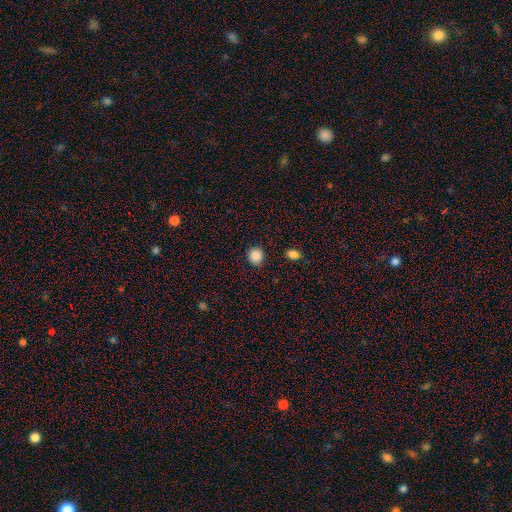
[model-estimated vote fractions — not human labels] The model was most divided on "how rounded": round: 85%, in between: 14%, cigar-shaped: 1%. More confident: smooth or featured — smooth (88%); merging — none (88%).